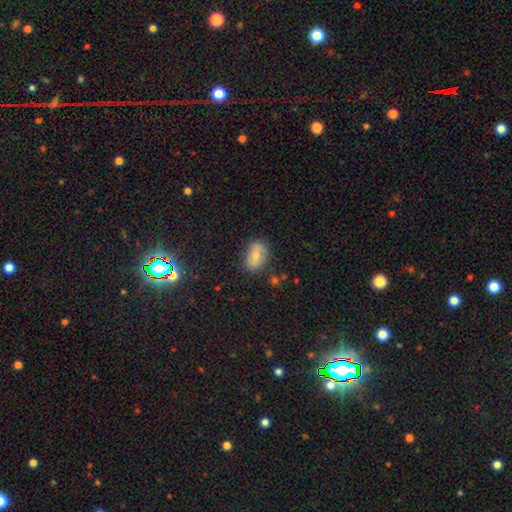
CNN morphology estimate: Smooth or featured? smooth (63%)
How rounded? in between (81%)
Merging? none (77%)